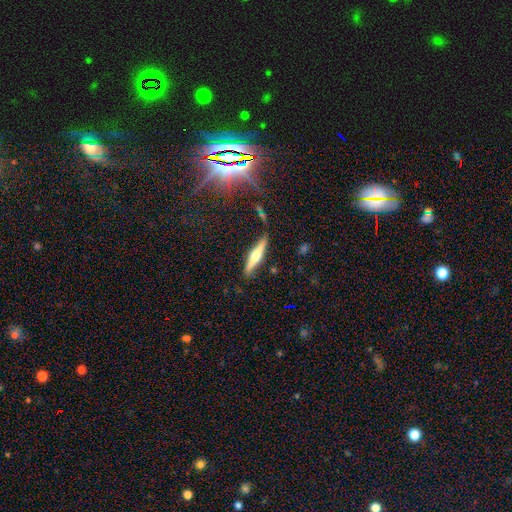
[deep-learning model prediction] smooth_or_featured: featured or disk (p=0.60) [alt: smooth p=0.33]
disk_edge_on: yes (p=0.96) [alt: no p=0.04]
edge_on_bulge: rounded (p=0.90) [alt: none p=0.05]
merging: none (p=0.87) [alt: minor disturbance p=0.09]